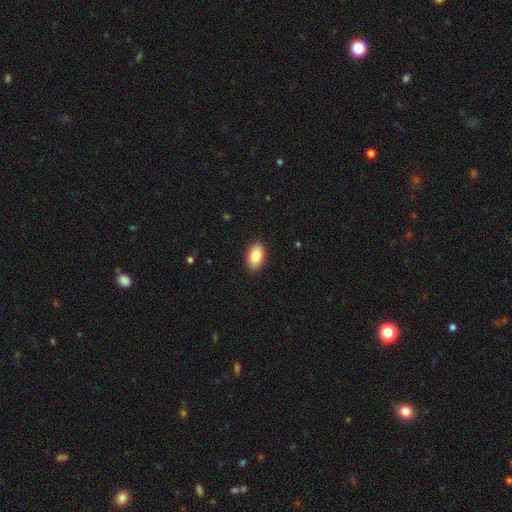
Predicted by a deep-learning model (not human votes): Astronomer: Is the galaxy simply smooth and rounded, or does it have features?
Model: smooth — 86%.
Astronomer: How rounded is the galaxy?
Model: in between — 93%.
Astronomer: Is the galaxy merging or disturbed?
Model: none — 89%.